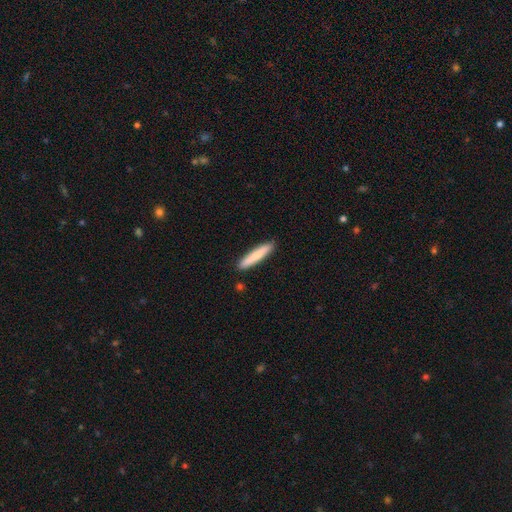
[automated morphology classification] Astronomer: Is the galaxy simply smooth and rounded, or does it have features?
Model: smooth — 78%.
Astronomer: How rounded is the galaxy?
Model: cigar-shaped — 91%.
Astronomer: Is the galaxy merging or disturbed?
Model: none — 90%.